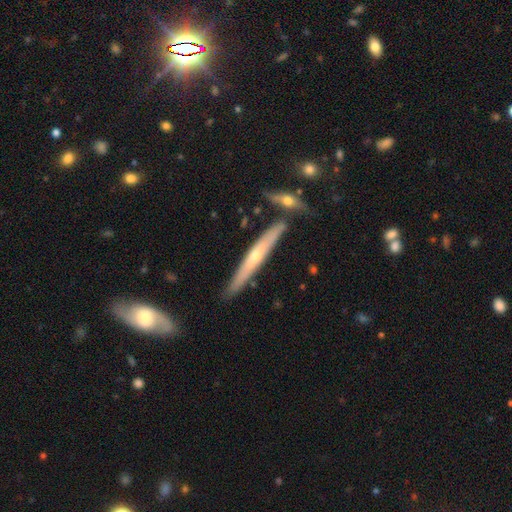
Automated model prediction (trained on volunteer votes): Smooth or featured? Predicted: featured or disk (p=0.63). Edge-on disk? Predicted: yes (p=0.94). Edge-on bulge? Predicted: rounded (p=0.66). Merging? Predicted: none (p=0.83).